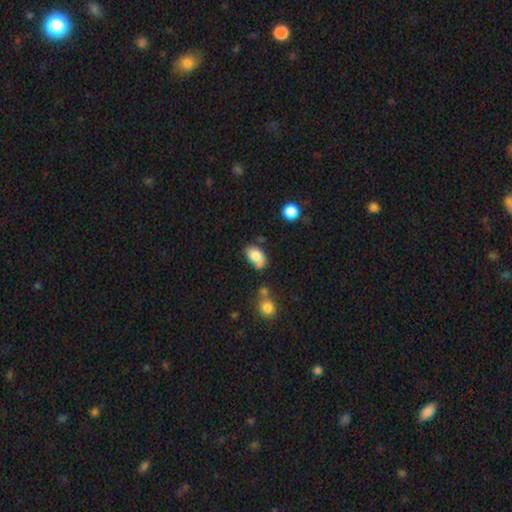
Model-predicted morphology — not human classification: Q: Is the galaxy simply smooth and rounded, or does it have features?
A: smooth — 76%.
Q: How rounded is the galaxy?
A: in between — 88%.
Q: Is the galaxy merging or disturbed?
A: none — 51%.